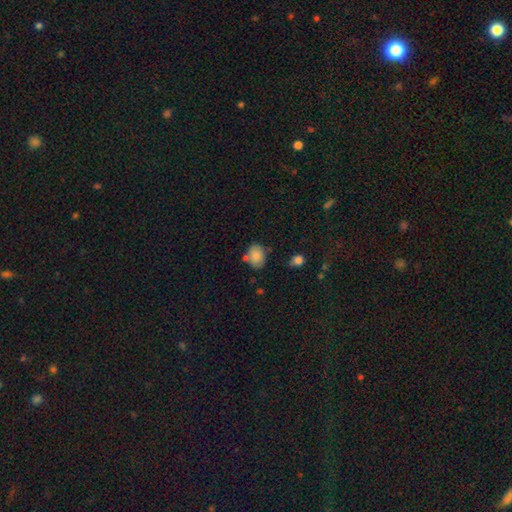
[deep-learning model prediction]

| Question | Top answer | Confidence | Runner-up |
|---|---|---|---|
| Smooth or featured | smooth | 83% | featured or disk (9%) |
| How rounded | in between | 62% | round (37%) |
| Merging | none | 65% | minor disturbance (18%) |